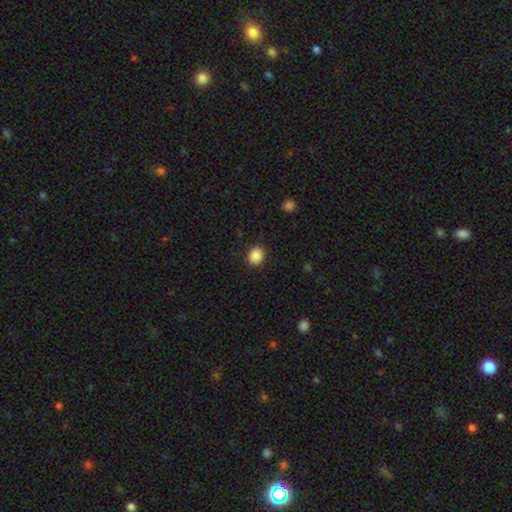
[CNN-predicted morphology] smooth 88%, star or artifact 9%, featured or disk 3%. Down the decision tree: how rounded — round (67%); merging — none (90%).